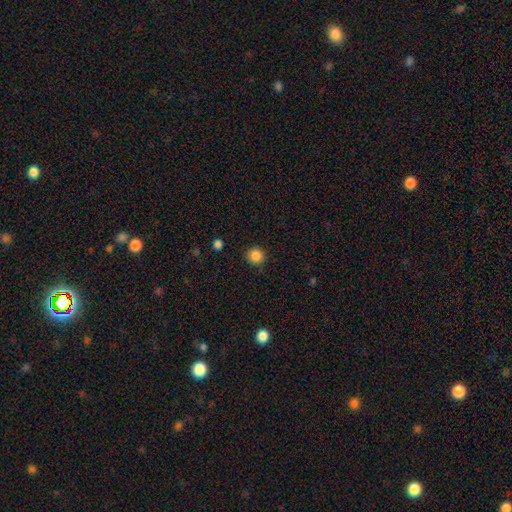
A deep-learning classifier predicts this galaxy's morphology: Smooth or featured? Predicted: smooth (p=0.86). How rounded? Predicted: round (p=0.93). Merging? Predicted: none (p=0.89).